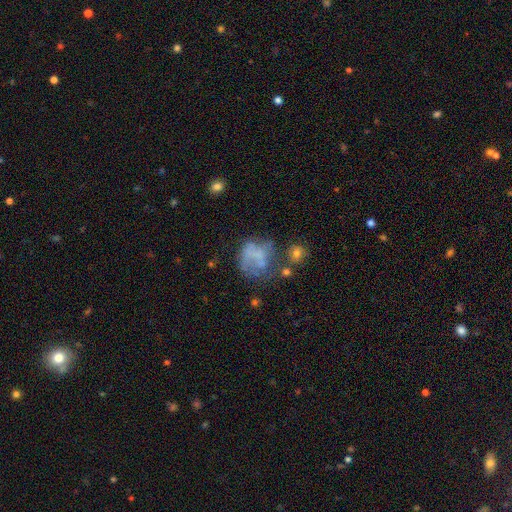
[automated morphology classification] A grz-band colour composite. It shows a featured or disk galaxy (44%). Merging: major disturbance (34%, tied with none).